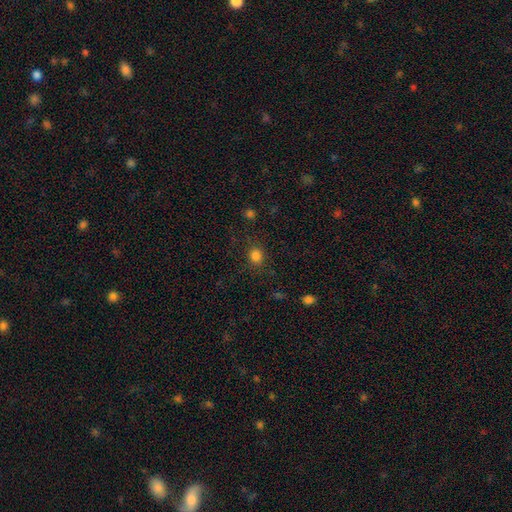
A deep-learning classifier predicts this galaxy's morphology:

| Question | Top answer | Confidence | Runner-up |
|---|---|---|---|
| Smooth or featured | smooth | 83% | star or artifact (13%) |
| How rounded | round | 76% | in between (23%) |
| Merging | none | 85% | minor disturbance (10%) |